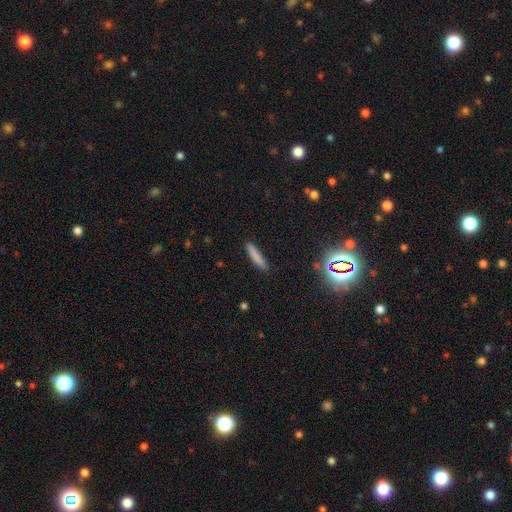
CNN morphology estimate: This appears to be a smooth galaxy with no disk features (82%) that is cigar-shaped (86%). Merging: none (86%).